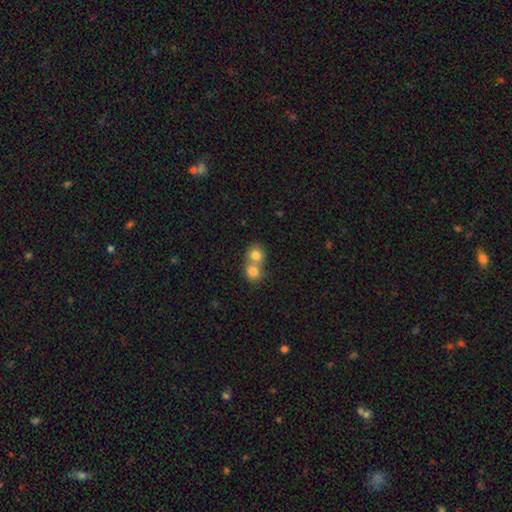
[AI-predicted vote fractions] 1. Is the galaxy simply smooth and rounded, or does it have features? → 79% smooth, 11% featured or disk, 10% star or artifact.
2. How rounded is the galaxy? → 79% round, 20% in between, 1% cigar-shaped.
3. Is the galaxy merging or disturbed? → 65% merger, 28% none, 4% minor disturbance, 2% major disturbance.